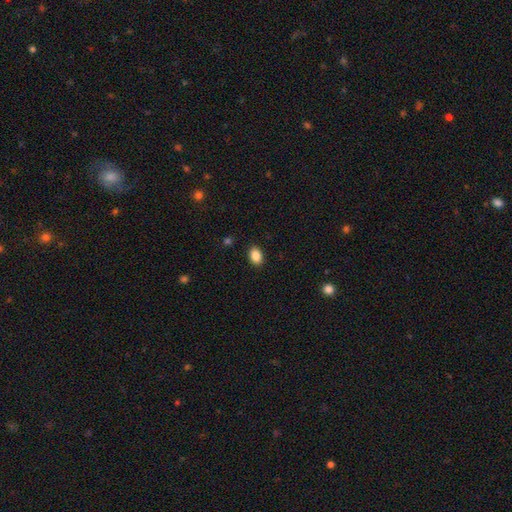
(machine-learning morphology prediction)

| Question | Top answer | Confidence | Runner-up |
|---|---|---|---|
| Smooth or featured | smooth | 87% | star or artifact (9%) |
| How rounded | in between | 81% | round (18%) |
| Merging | none | 89% | minor disturbance (7%) |